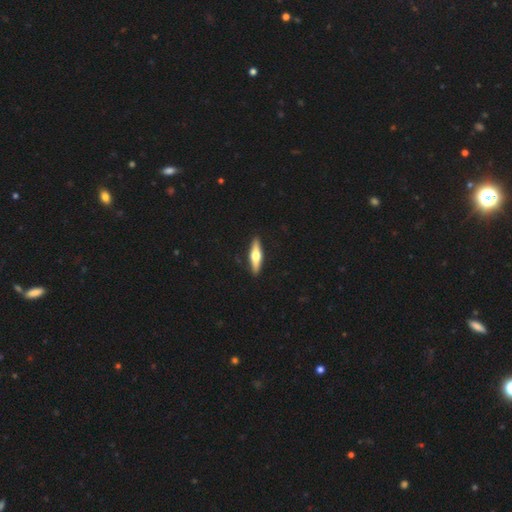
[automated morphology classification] Smooth or featured?
  - featured or disk: 53% *
  - smooth: 42%
  - star or artifact: 5%
Edge-on disk?
  - yes: 93% *
  - no: 7%
Merging?
  - none: 91% *
  - minor disturbance: 6%
  - major disturbance: 1%
  - merger: 1%